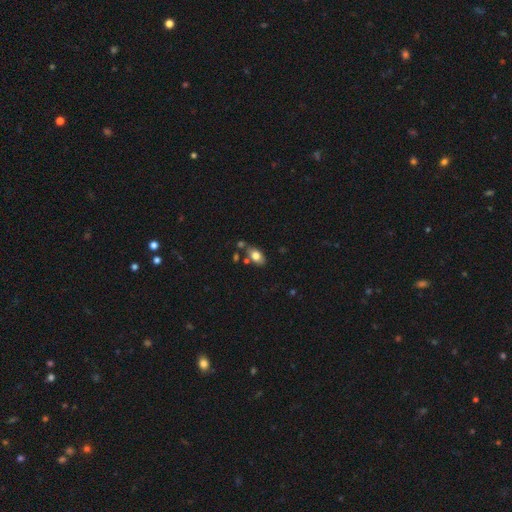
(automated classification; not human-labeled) Smooth or featured?
  - smooth: 76% *
  - featured or disk: 16%
  - star or artifact: 8%
How rounded?
  - in between: 88% *
  - round: 9%
  - cigar-shaped: 3%
Merging?
  - none: 65% *
  - minor disturbance: 17%
  - merger: 13%
  - major disturbance: 5%